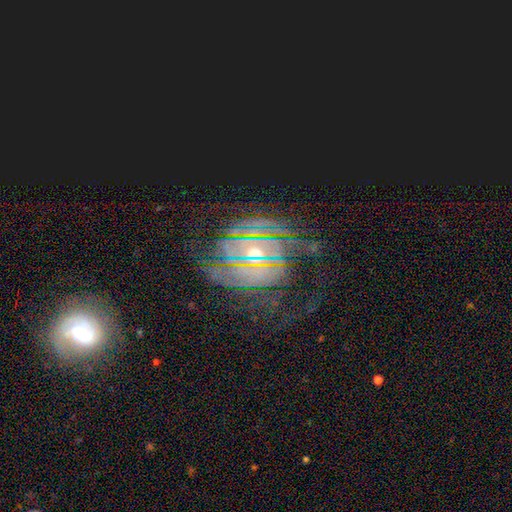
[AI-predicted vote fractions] Smooth or featured: featured or disk — 75% (star or artifact — 17%)
Edge-on disk: no — 94% (yes — 6%)
Bar: no — 47% (weak — 32%)
Spiral arms: yes — 92% (no — 8%)
Spiral winding: tight — 71% (medium — 22%)
Spiral arm count: can't tell — 32% (2 — 18%)
Bulge size: small — 56% (moderate — 38%)
Merging: none — 69% (minor disturbance — 16%)